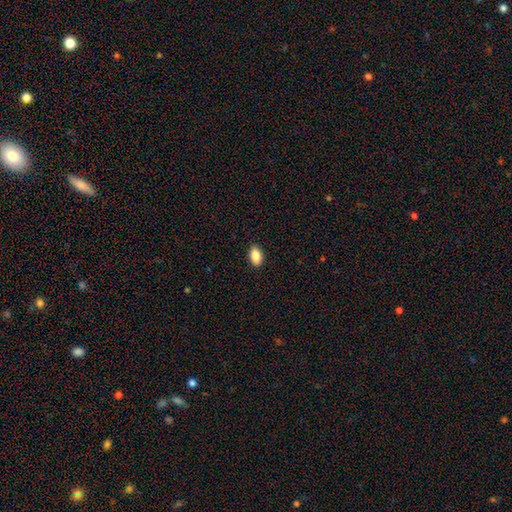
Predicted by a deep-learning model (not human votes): Smooth or featured? smooth (87%)
How rounded? in between (92%)
Merging? none (89%)